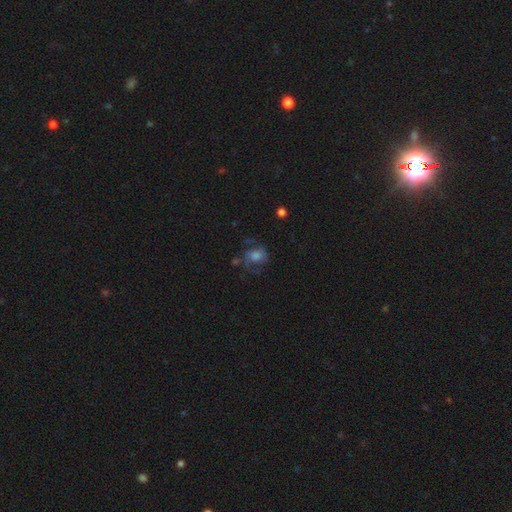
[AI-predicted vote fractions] Smooth or featured?
  - featured or disk: 49% *
  - smooth: 36%
  - star or artifact: 15%
Merging?
  - none: 52% *
  - major disturbance: 23%
  - minor disturbance: 21%
  - merger: 4%